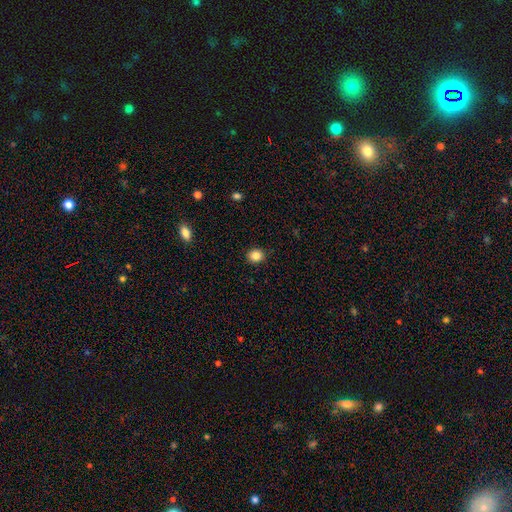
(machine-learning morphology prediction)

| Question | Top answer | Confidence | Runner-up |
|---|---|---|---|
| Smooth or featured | smooth | 85% | star or artifact (10%) |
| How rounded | round | 77% | in between (22%) |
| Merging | none | 90% | minor disturbance (7%) |